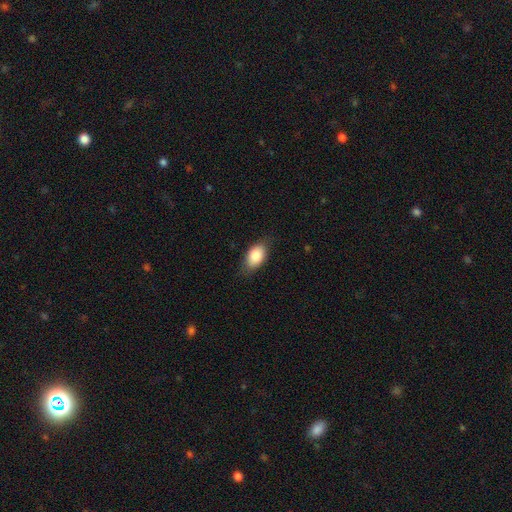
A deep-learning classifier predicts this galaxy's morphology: Q: Smooth or featured?
A: smooth (84%); runner-up: featured or disk (9%)
Q: How rounded?
A: in between (90%); runner-up: round (8%)
Q: Merging?
A: none (78%); runner-up: minor disturbance (18%)